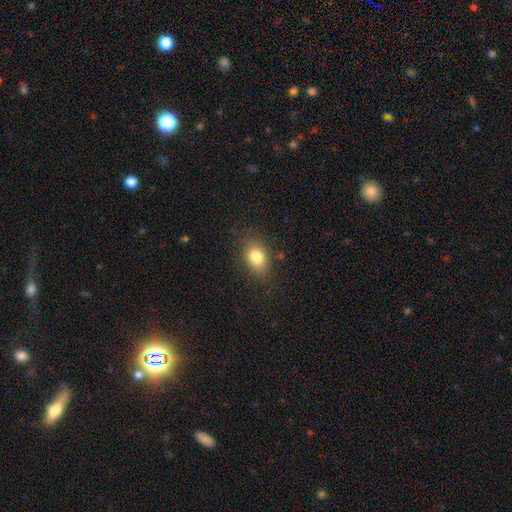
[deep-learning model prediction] smooth-or-featured: smooth: 81% | star or artifact: 9% | featured or disk: 9%
  how-rounded: in between: 78% | round: 20% | cigar-shaped: 2%
  merging: none: 81% | minor disturbance: 13% | major disturbance: 4% | merger: 1%